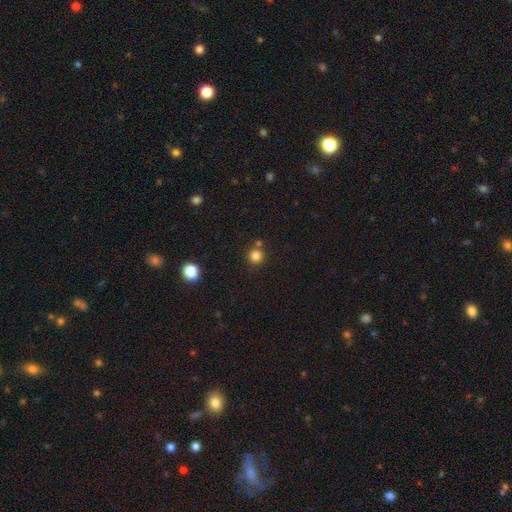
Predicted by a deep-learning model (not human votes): Smooth or featured? Predicted: smooth (p=0.82). How rounded? Predicted: round (p=0.94). Merging? Predicted: none (p=0.78).